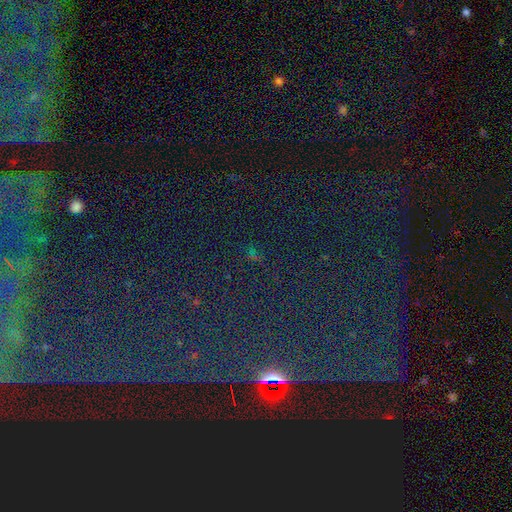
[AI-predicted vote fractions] This is clearly a star or artifact rather than a galaxy (80%).